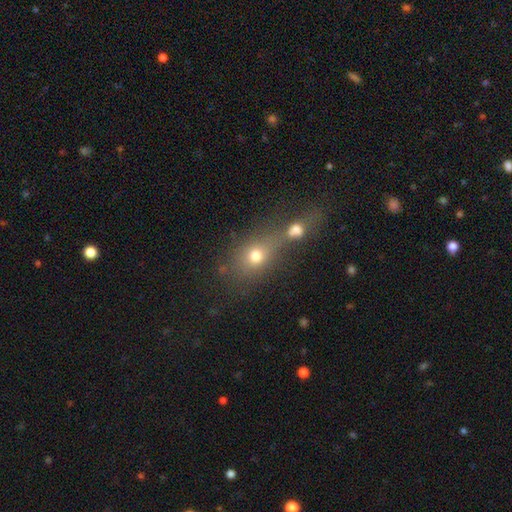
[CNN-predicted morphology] A smooth galaxy with no disk features (69%) that is round (50%). Merging: merger (53%).